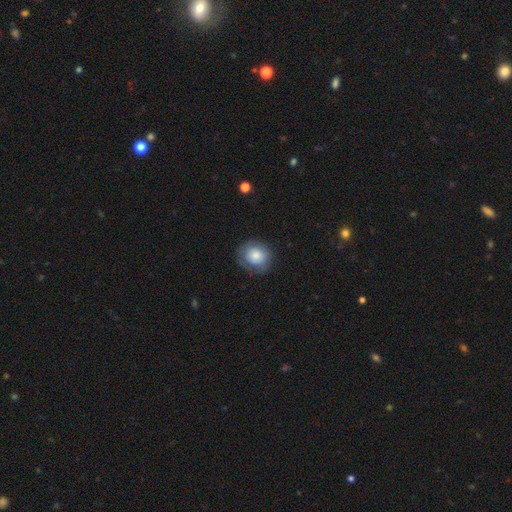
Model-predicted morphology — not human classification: smooth_or_featured: smooth (p=0.76) [alt: featured or disk p=0.17]
how_rounded: round (p=0.80) [alt: in between p=0.19]
merging: none (p=0.75) [alt: minor disturbance p=0.17]